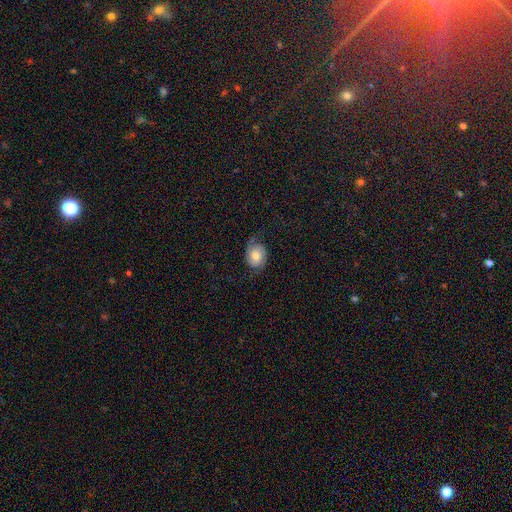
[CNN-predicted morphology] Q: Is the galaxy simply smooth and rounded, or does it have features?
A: smooth — 48%.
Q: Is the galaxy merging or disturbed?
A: none — 60%.